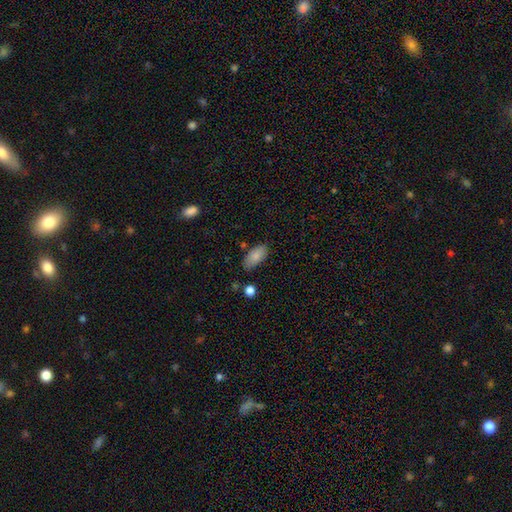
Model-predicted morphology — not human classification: Q: Smooth or featured?
A: smooth (85%); runner-up: featured or disk (8%)
Q: How rounded?
A: in between (91%); runner-up: cigar-shaped (7%)
Q: Merging?
A: none (79%); runner-up: minor disturbance (15%)